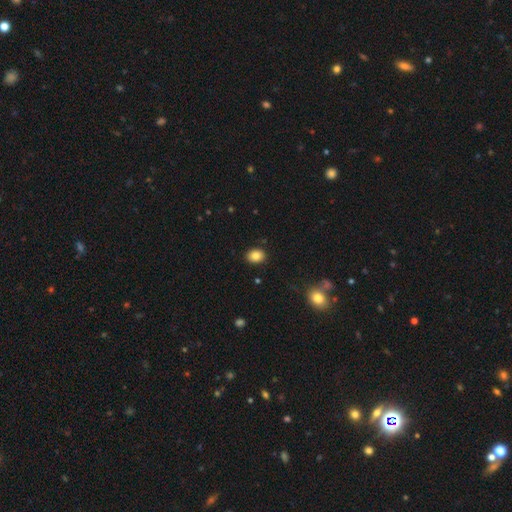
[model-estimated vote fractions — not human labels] A smooth galaxy with no disk features (84%) that is in between round and cigar-shaped (59%). Merging: none (89%).